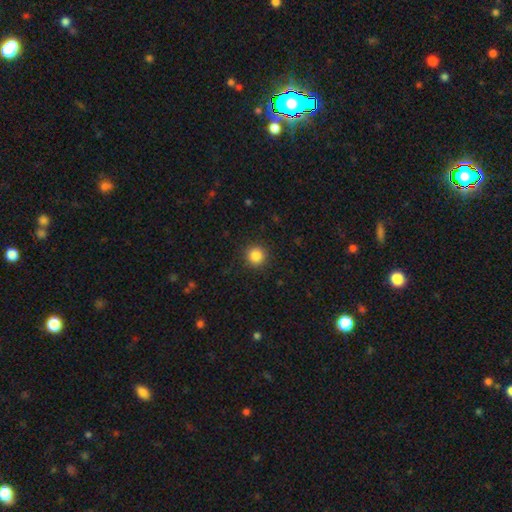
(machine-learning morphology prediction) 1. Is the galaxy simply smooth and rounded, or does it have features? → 85% smooth, 10% star or artifact, 4% featured or disk.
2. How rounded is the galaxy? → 95% round, 4% in between, 1% cigar-shaped.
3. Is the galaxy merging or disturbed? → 91% none, 5% minor disturbance, 2% major disturbance, 1% merger.